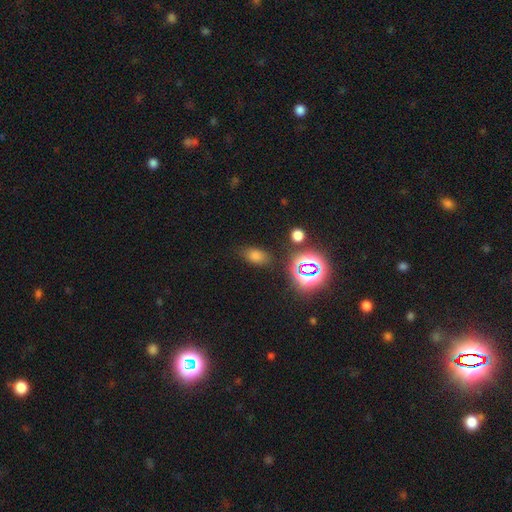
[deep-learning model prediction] The model was most divided on "smooth or featured": smooth: 64%, star or artifact: 28%, featured or disk: 8%. More confident: how rounded — in between (83%); merging — none (79%).